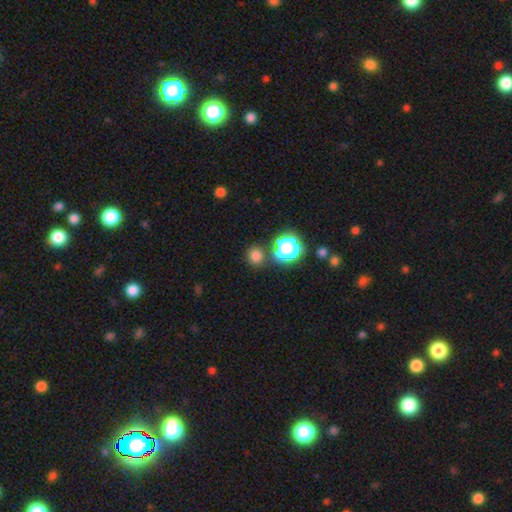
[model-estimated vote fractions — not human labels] Smooth or featured? Predicted: smooth (p=0.73). How rounded? Predicted: round (p=0.86). Merging? Predicted: none (p=0.81).